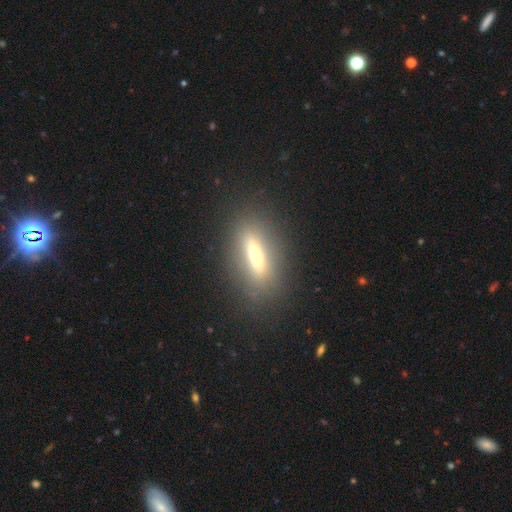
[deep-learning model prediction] A featured or disk galaxy (51%) viewed edge-on (69%). Merging: none (85%).